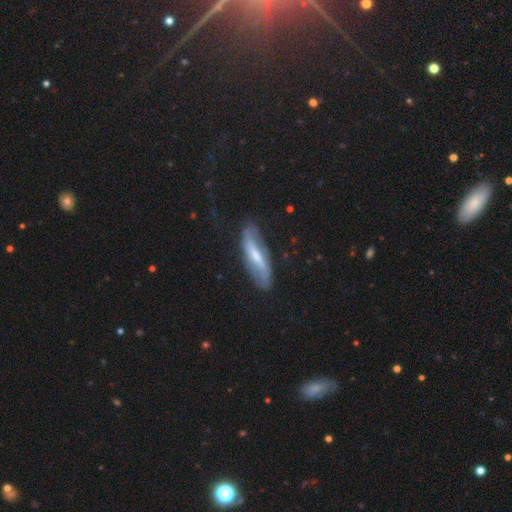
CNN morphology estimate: featured or disk 61%, smooth 32%, star or artifact 7%. Down the decision tree: edge-on disk — no (67%); merging — none (73%).